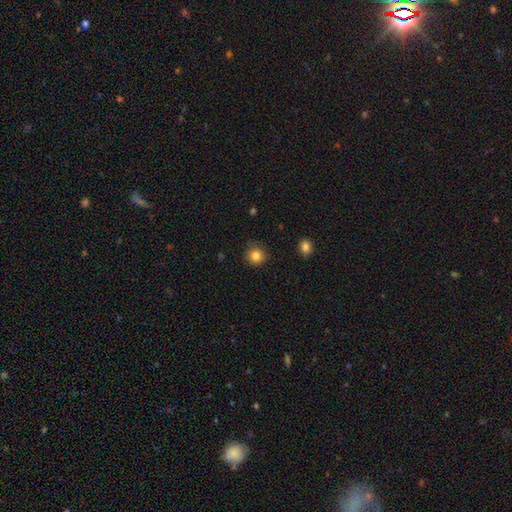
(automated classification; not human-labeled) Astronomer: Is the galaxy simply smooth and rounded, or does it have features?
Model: smooth — 84%.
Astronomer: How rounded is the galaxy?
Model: round — 92%.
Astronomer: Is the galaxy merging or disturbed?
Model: none — 85%.